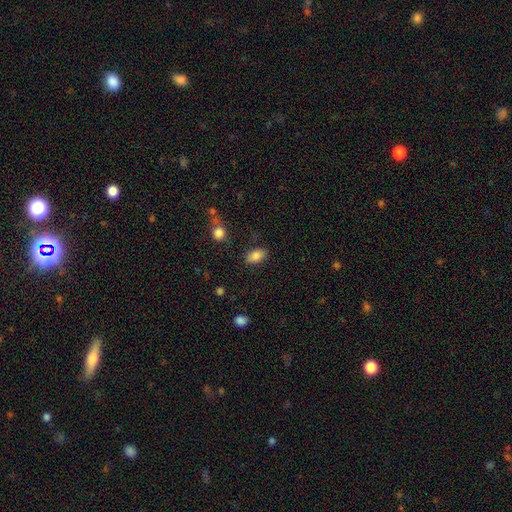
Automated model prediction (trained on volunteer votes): smooth 83%, star or artifact 8%, featured or disk 8%. Down the decision tree: how rounded — in between (90%); merging — none (82%).